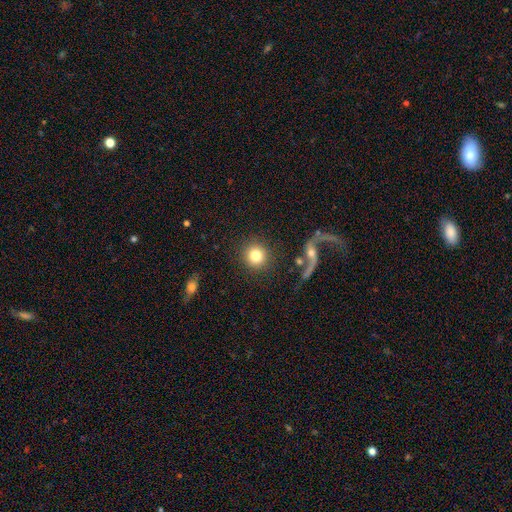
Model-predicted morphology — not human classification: type=smooth (81%); roundness=round (94%); merging=none (86%).